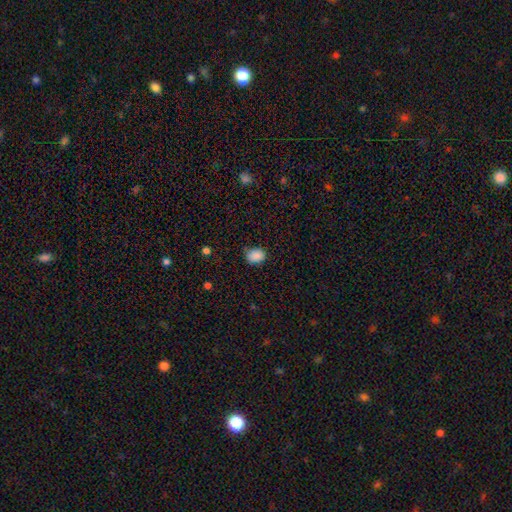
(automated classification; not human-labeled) Smooth or featured?
  - smooth: 87% *
  - star or artifact: 9%
  - featured or disk: 3%
How rounded?
  - in between: 56% *
  - round: 43%
  - cigar-shaped: 1%
Merging?
  - none: 74% *
  - minor disturbance: 21%
  - major disturbance: 4%
  - merger: 2%